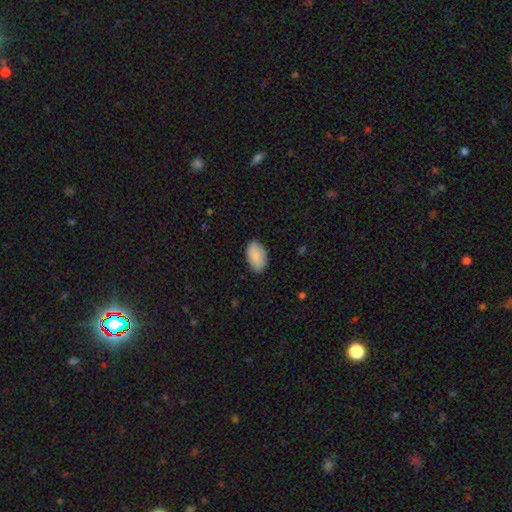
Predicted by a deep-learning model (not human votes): A smooth galaxy with no disk features (87%) that is in between round and cigar-shaped (94%). Merging: none (84%).